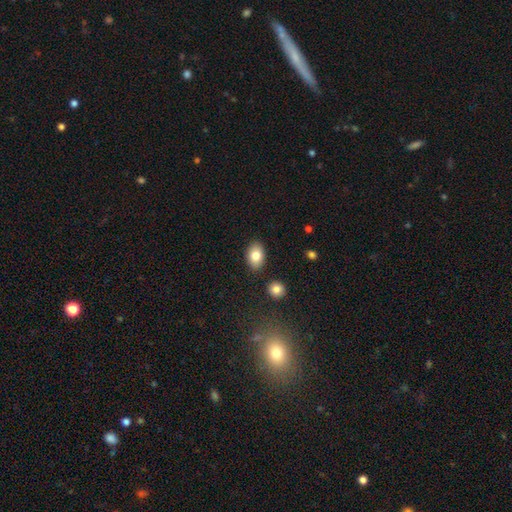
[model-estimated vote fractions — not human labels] smooth_or_featured: smooth (p=0.83) [alt: featured or disk p=0.10]
how_rounded: in between (p=0.86) [alt: round p=0.12]
merging: none (p=0.86) [alt: minor disturbance p=0.09]